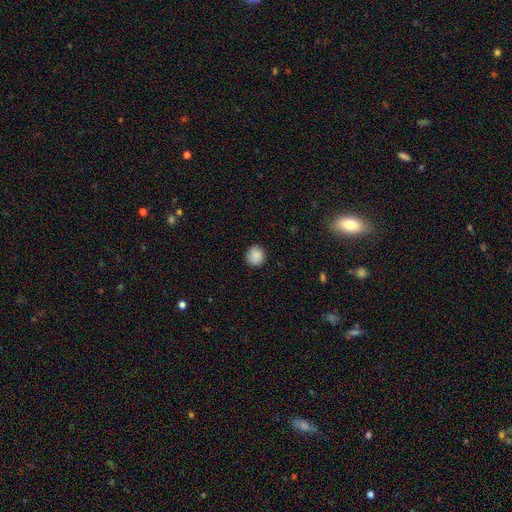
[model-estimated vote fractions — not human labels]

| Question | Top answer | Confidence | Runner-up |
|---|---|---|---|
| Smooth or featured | smooth | 88% | star or artifact (9%) |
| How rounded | round | 93% | in between (6%) |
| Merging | none | 90% | minor disturbance (7%) |